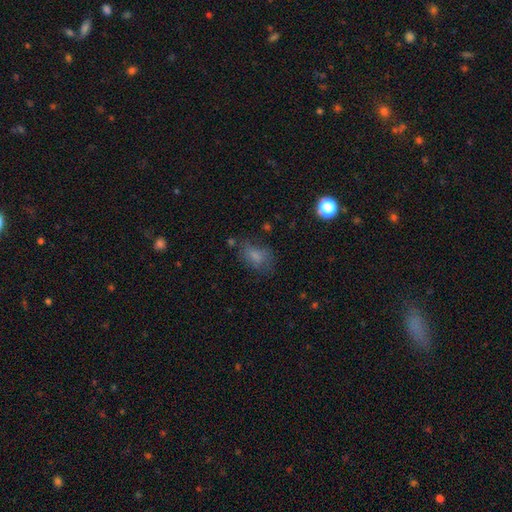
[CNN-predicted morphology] Smooth or featured?
  - smooth: 71% *
  - featured or disk: 15%
  - star or artifact: 15%
How rounded?
  - in between: 79% *
  - round: 18%
  - cigar-shaped: 3%
Merging?
  - none: 56% *
  - minor disturbance: 24%
  - major disturbance: 16%
  - merger: 4%